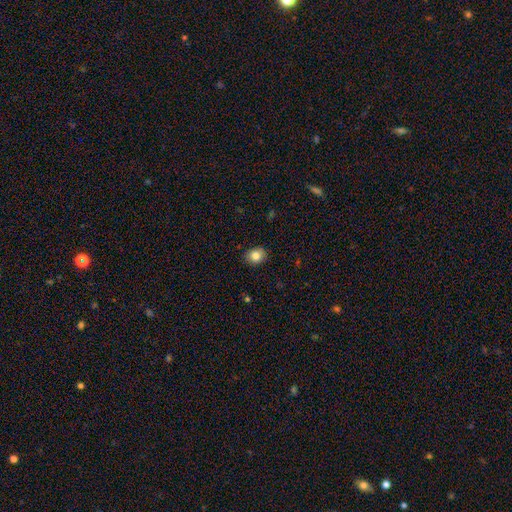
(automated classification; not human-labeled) This is clearly a smooth galaxy (84%). How rounded: possibly round (52%). Merging: clearly none (88%).